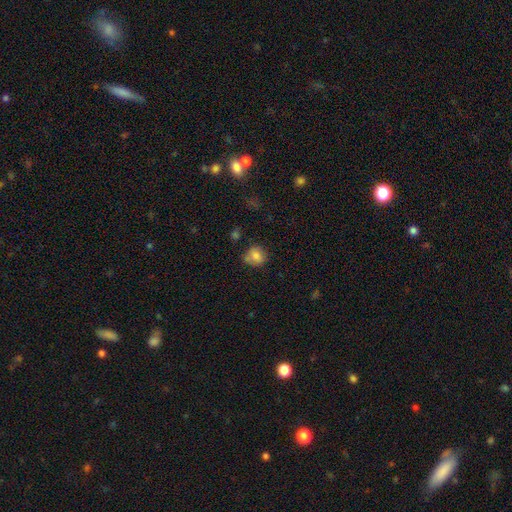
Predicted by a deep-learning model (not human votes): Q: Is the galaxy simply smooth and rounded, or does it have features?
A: smooth — 80%.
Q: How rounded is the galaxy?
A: round — 77%.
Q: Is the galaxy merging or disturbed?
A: none — 65%.